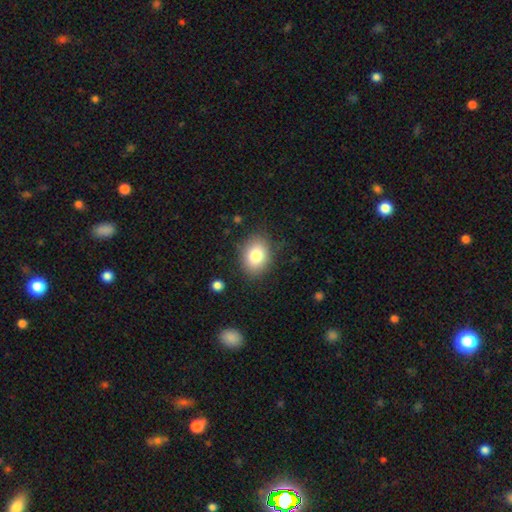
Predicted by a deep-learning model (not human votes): This appears to be a smooth galaxy with no disk features (80%) that is in between round and cigar-shaped (61%). Merging: none (83%).